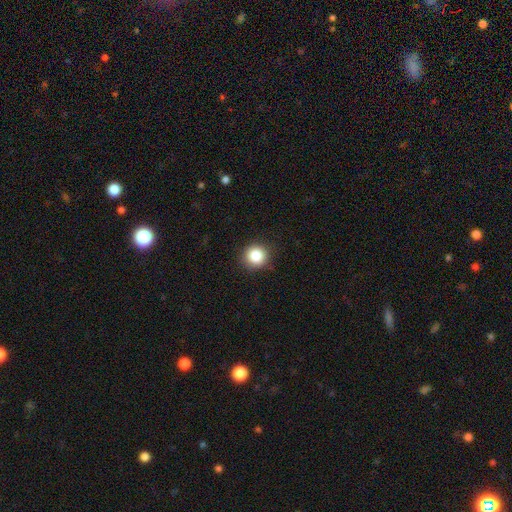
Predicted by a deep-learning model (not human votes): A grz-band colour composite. It shows a smooth galaxy with no disk features (85%) that is round (93%). Merging: none (89%).